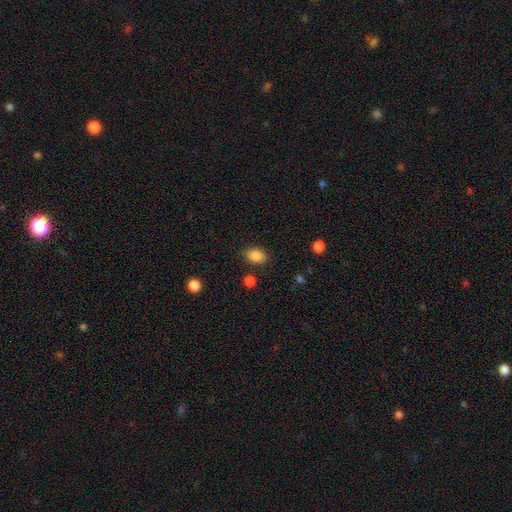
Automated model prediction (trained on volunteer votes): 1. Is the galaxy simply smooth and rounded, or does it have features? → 86% smooth, 10% star or artifact, 4% featured or disk.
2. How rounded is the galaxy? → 71% in between, 28% round, 1% cigar-shaped.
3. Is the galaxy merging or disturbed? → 82% none, 11% minor disturbance, 3% major disturbance, 3% merger.